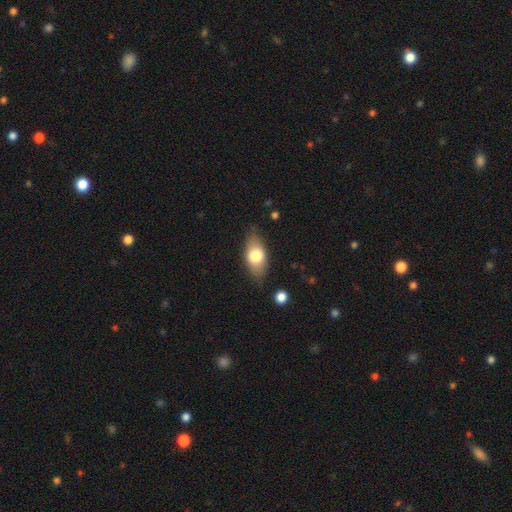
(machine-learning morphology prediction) Smooth or featured?
  - smooth: 70% *
  - featured or disk: 23%
  - star or artifact: 7%
How rounded?
  - in between: 86% *
  - cigar-shaped: 7%
  - round: 7%
Merging?
  - none: 78% *
  - minor disturbance: 16%
  - major disturbance: 4%
  - merger: 2%